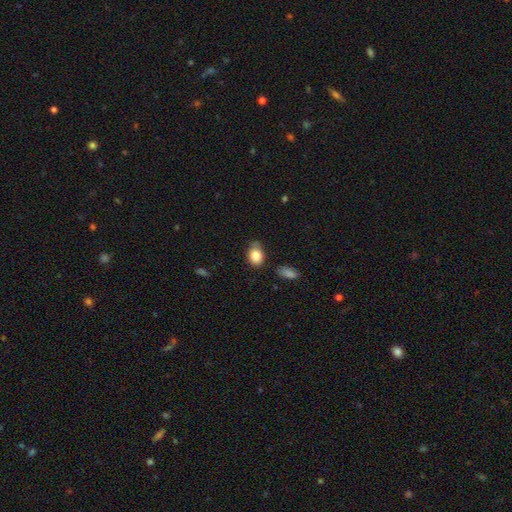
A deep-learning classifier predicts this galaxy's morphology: This appears to be a smooth galaxy with no disk features (85%) that is in between round and cigar-shaped (65%). Merging: none (66%).